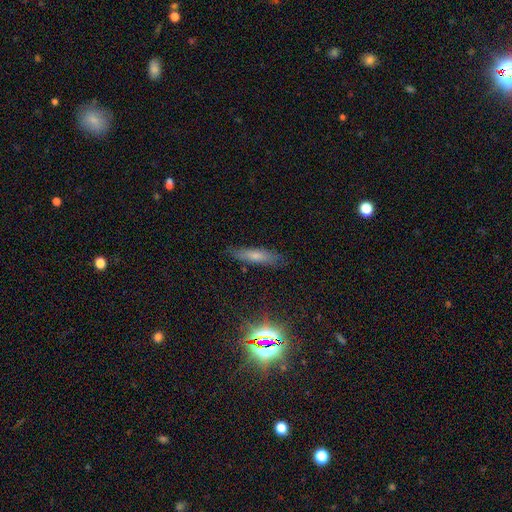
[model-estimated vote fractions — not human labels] Smooth or featured: smooth — 62% (featured or disk — 24%)
How rounded: cigar-shaped — 76% (in between — 21%)
Merging: none — 82% (minor disturbance — 13%)